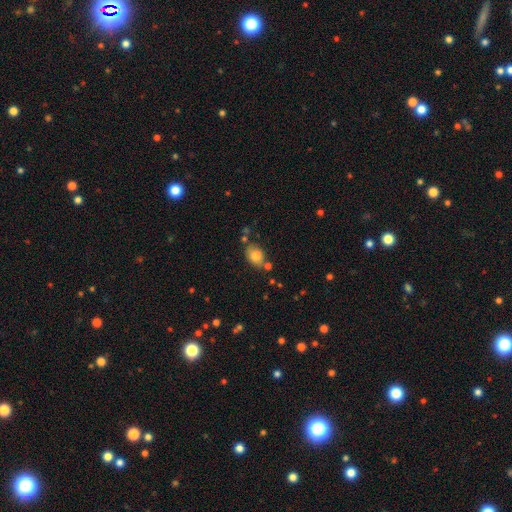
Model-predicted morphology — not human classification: This appears to be a smooth galaxy with no disk features (79%) that is in between round and cigar-shaped (69%). Merging: none (62%).